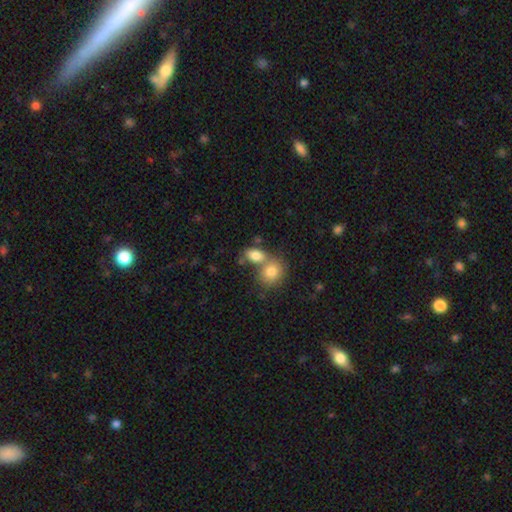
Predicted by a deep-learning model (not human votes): smooth 81%, featured or disk 11%, star or artifact 8%. Down the decision tree: how rounded — in between (77%); merging — merger (55%).